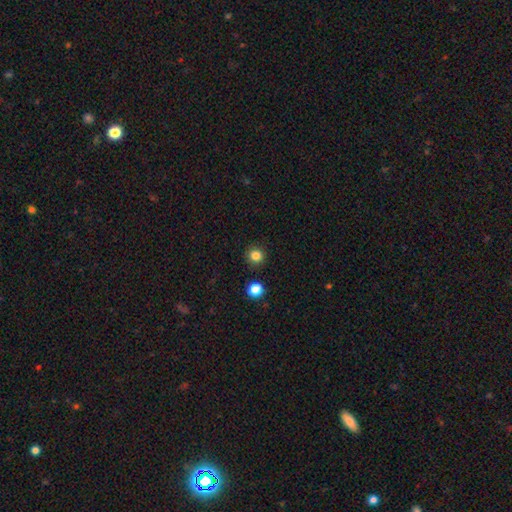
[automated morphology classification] The model was most divided on "smooth or featured": smooth: 83%, star or artifact: 13%, featured or disk: 4%. More confident: how rounded — round (94%); merging — none (91%).